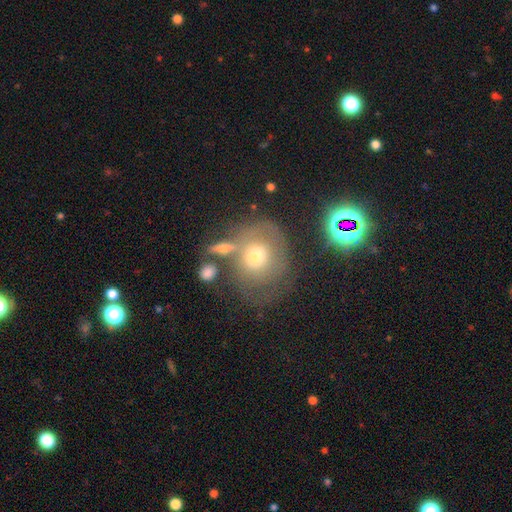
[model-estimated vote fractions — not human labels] smooth_or_featured: smooth (p=0.48) [alt: featured or disk p=0.39]
merging: none (p=0.45) [alt: minor disturbance p=0.20]